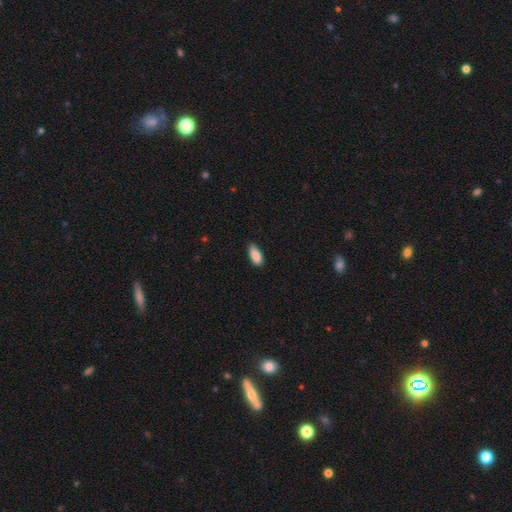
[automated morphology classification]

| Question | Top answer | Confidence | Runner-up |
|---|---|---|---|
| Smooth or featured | smooth | 89% | star or artifact (6%) |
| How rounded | in between | 86% | cigar-shaped (12%) |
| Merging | none | 84% | minor disturbance (13%) |